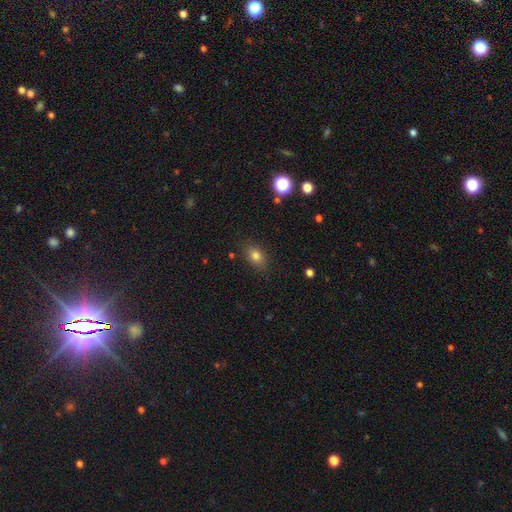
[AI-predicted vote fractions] Smooth or featured?
  - smooth: 79% *
  - star or artifact: 12%
  - featured or disk: 9%
How rounded?
  - in between: 76% *
  - round: 22%
  - cigar-shaped: 2%
Merging?
  - none: 84% *
  - minor disturbance: 11%
  - major disturbance: 3%
  - merger: 2%